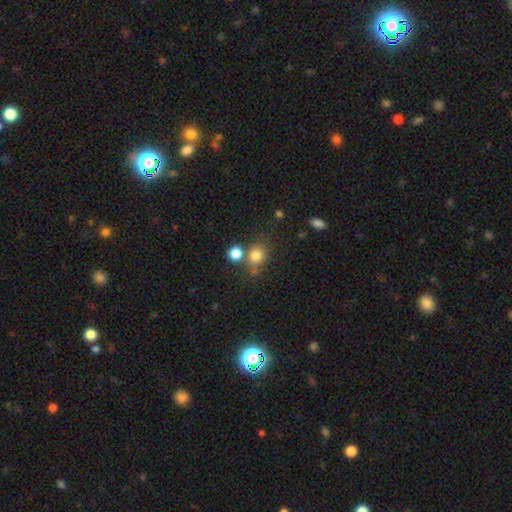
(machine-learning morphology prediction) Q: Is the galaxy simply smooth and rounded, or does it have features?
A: smooth — 79%.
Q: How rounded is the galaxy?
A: round — 71%.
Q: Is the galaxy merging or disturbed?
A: none — 60%.